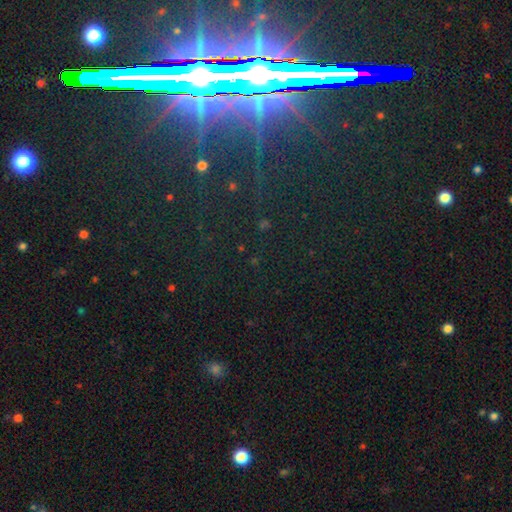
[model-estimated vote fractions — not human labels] Smooth or featured?
  - star or artifact: 80% *
  - featured or disk: 11%
  - smooth: 9%